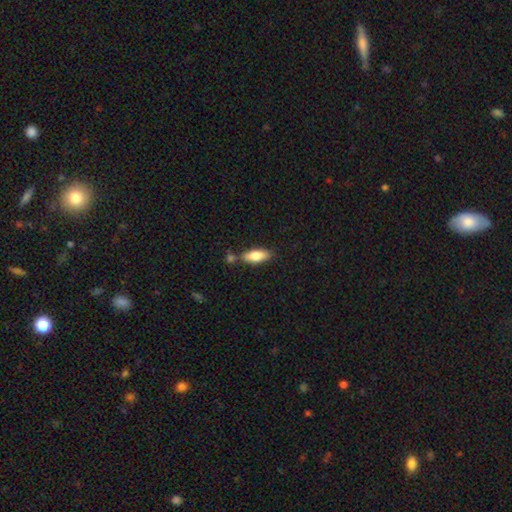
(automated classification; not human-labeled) Morphology: type=smooth (79%); roundness=in between (74%); merging=none (71%).